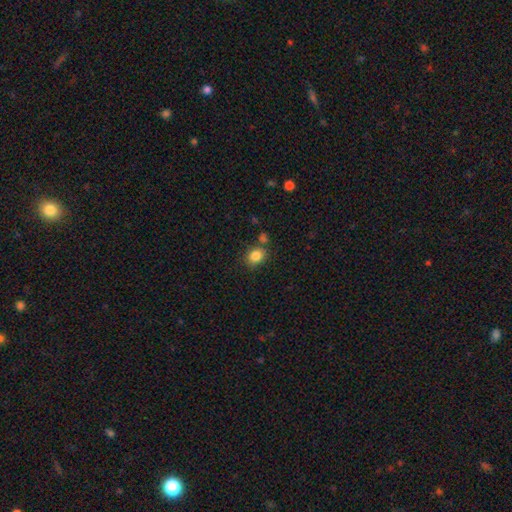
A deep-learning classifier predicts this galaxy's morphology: Smooth or featured?
  - smooth: 84% *
  - star or artifact: 10%
  - featured or disk: 5%
How rounded?
  - round: 59% *
  - in between: 40%
  - cigar-shaped: 1%
Merging?
  - none: 73% *
  - minor disturbance: 14%
  - merger: 10%
  - major disturbance: 4%